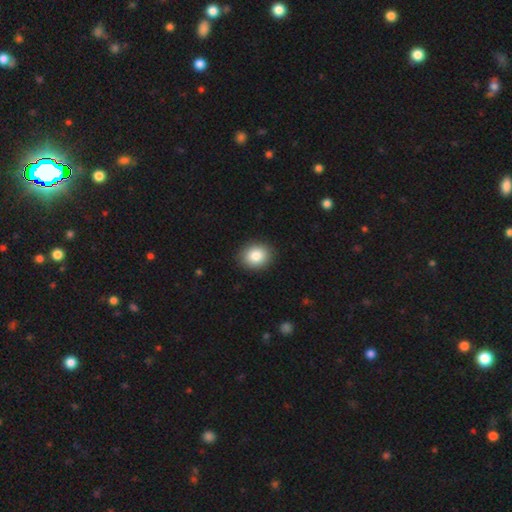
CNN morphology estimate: type=smooth (86%); roundness=round (59%); merging=none (90%).